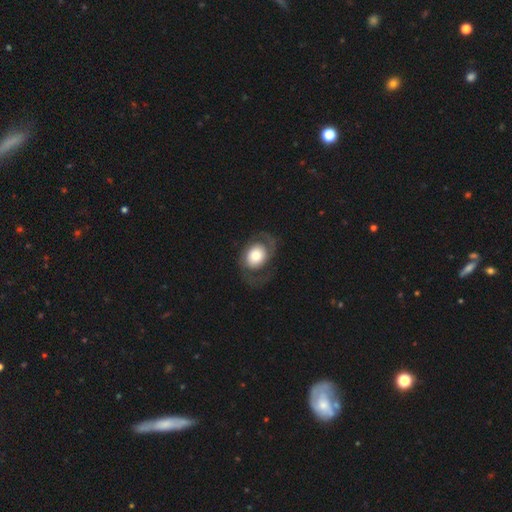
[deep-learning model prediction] Morphology: type=featured or disk (56%); edge-on=no (95%); bar=no (80%); spiral arms=yes (70%); bulge=moderate (40%); merging=none (64%).